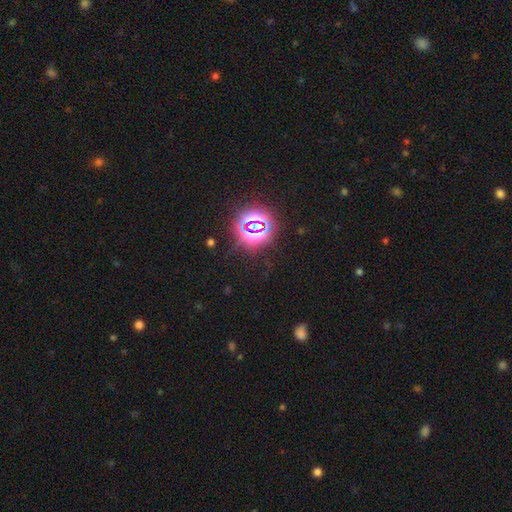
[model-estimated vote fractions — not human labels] smooth_or_featured: star or artifact (p=0.72) [alt: smooth p=0.22]